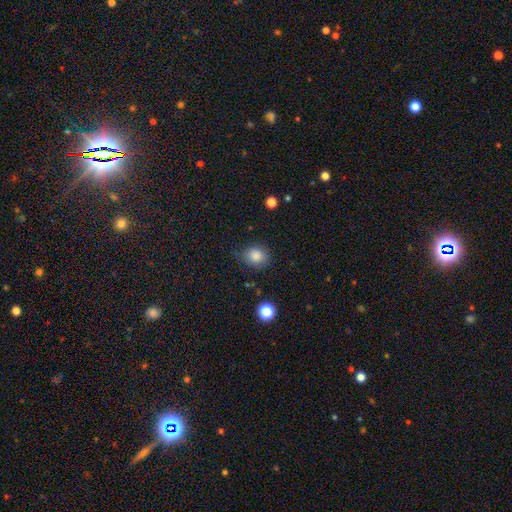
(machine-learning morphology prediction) smooth 84%, star or artifact 10%, featured or disk 6%. Down the decision tree: how rounded — round (71%); merging — none (73%).